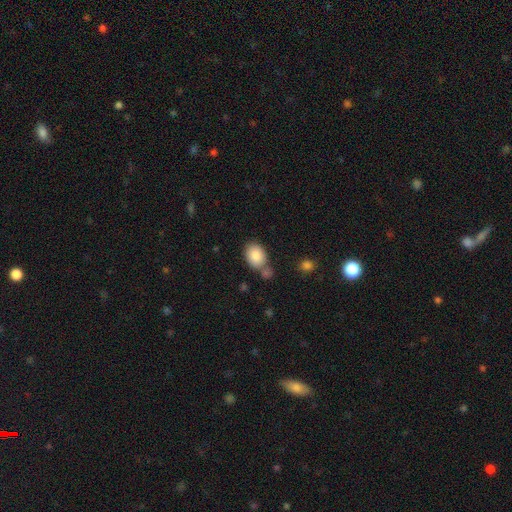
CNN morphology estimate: Q: Smooth or featured?
A: smooth (86%); runner-up: star or artifact (7%)
Q: How rounded?
A: in between (72%); runner-up: round (27%)
Q: Merging?
A: none (61%); runner-up: merger (19%)